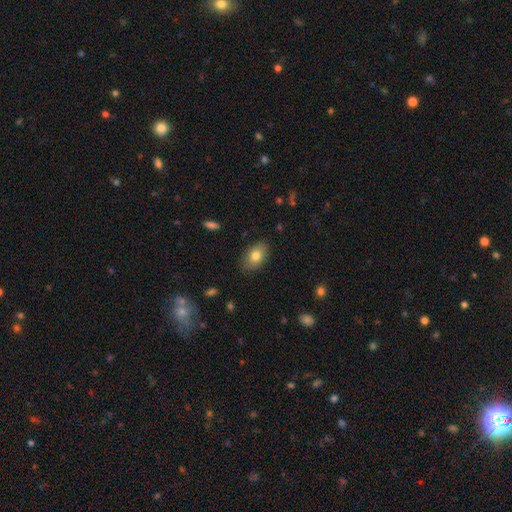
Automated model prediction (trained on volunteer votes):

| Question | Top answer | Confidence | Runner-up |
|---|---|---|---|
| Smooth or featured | smooth | 79% | featured or disk (13%) |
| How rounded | in between | 88% | round (11%) |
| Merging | none | 85% | minor disturbance (12%) |